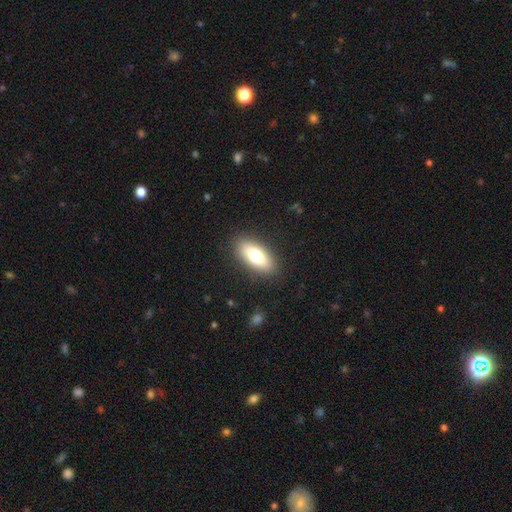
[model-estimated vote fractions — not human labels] The model was most divided on "smooth or featured": smooth: 74%, featured or disk: 19%, star or artifact: 7%. More confident: merging — none (88%); how rounded — in between (81%).